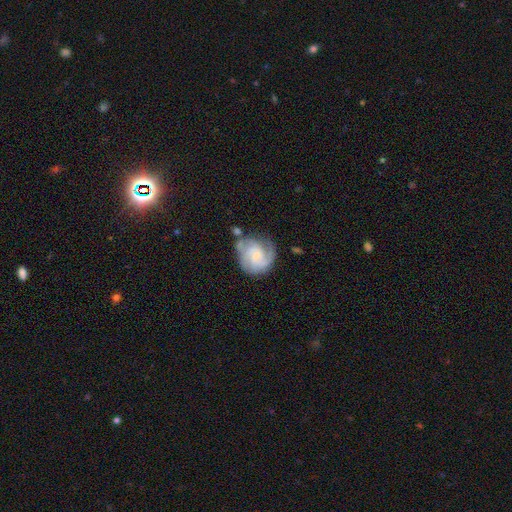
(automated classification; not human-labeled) Morphology: type=featured or disk (74%); edge-on=no (98%); bar=no (61%); spiral arms=yes (93%); winding=tight (46%); arm count=2 (43%); bulge=none (38%); merging=none (56%).